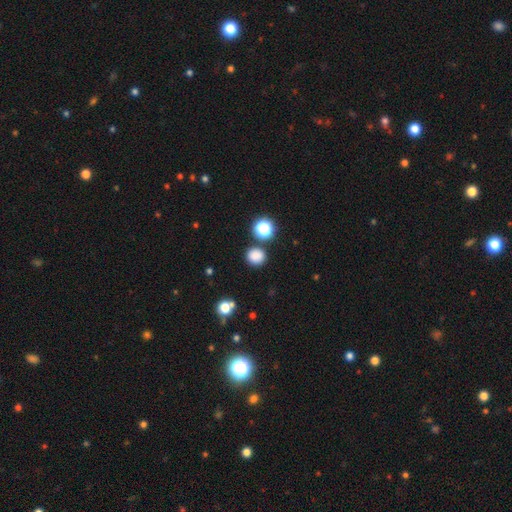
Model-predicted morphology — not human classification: The model was most divided on "smooth or featured": smooth: 82%, star or artifact: 14%, featured or disk: 4%. More confident: how rounded — round (87%); merging — none (83%).